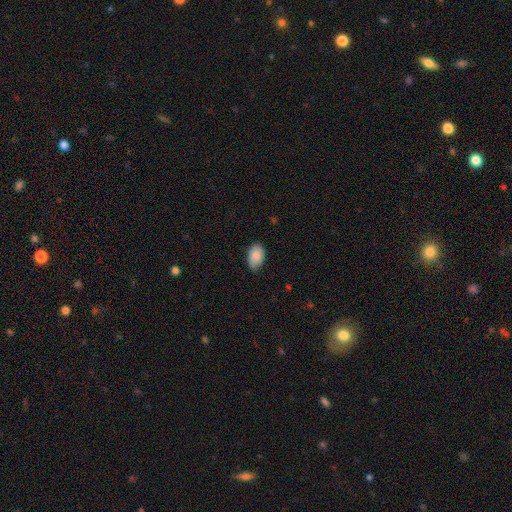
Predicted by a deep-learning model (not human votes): A smooth galaxy with no disk features (88%) that is in between round and cigar-shaped (92%). Merging: none (75%).